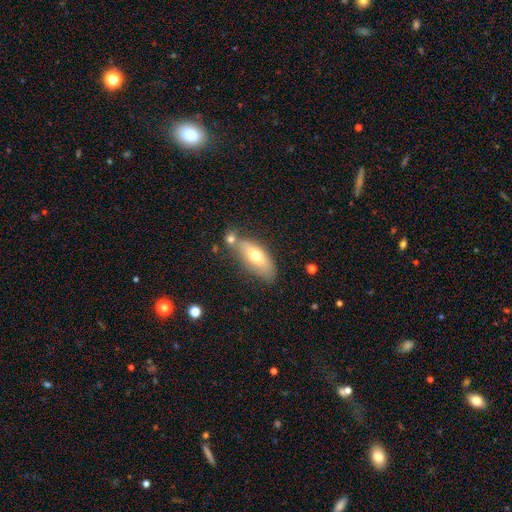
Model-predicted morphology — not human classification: This appears to be a smooth galaxy with no disk features (64%) that is in between round and cigar-shaped (79%). Merging: none (52%).